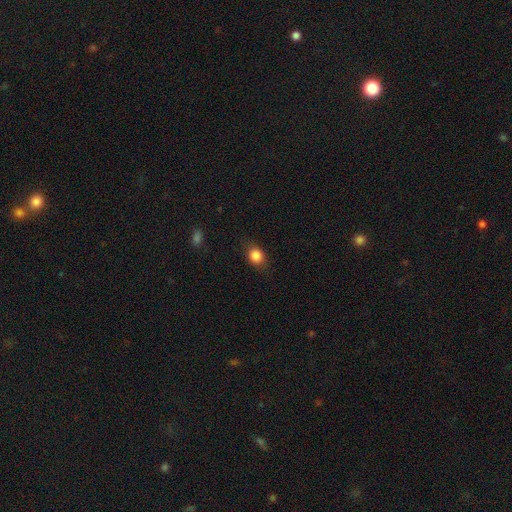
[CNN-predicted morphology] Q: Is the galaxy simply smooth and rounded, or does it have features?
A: smooth — 85%.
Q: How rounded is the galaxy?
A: round — 56%.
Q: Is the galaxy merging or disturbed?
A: none — 79%.